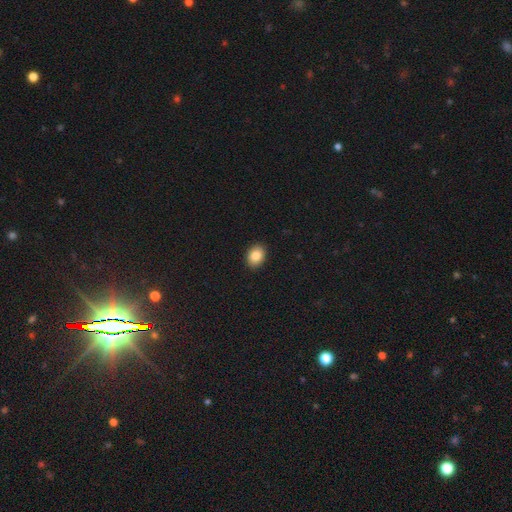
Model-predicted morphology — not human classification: smooth-or-featured: smooth: 84% | star or artifact: 9% | featured or disk: 7%
  how-rounded: in between: 62% | round: 37% | cigar-shaped: 1%
  merging: none: 91% | minor disturbance: 6% | major disturbance: 2% | merger: 1%